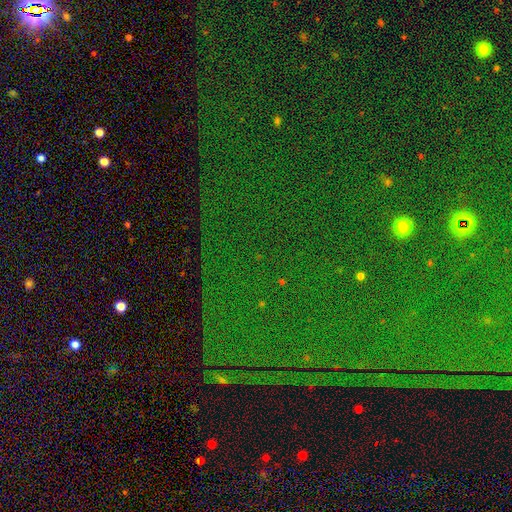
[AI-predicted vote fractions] Morphology: type=star or artifact (85%).